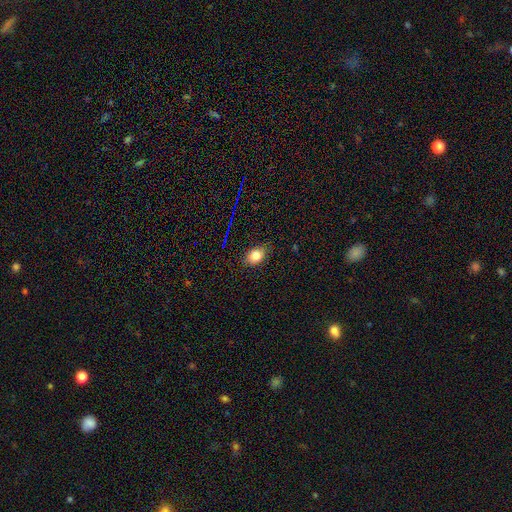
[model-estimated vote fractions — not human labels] Smooth or featured: smooth — 79% (star or artifact — 11%)
How rounded: in between — 74% (round — 25%)
Merging: none — 83% (minor disturbance — 14%)